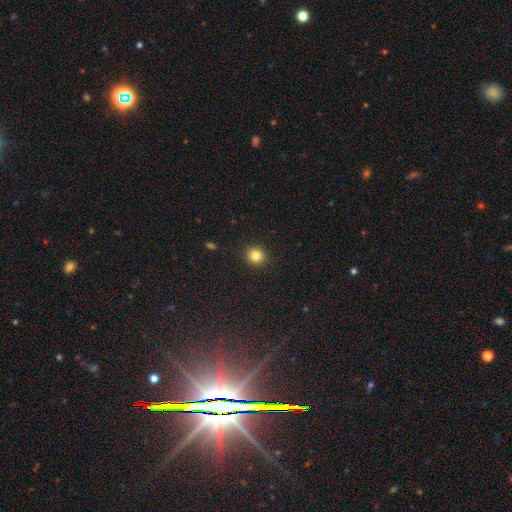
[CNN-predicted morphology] This appears to be a smooth galaxy with no disk features (83%) that is round (89%). Merging: none (92%).